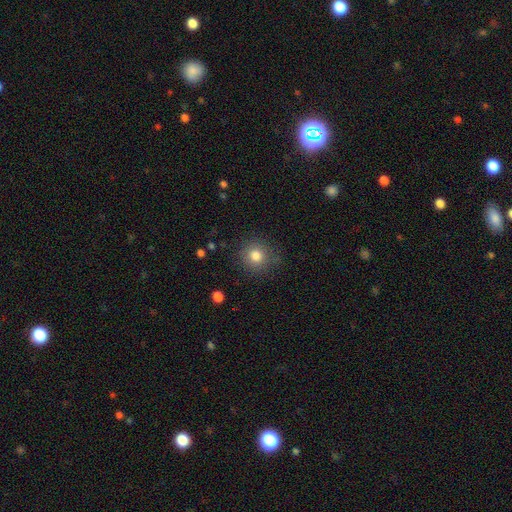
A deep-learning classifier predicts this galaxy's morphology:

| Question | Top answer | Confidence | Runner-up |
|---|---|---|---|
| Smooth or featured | smooth | 81% | star or artifact (11%) |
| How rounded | round | 91% | in between (8%) |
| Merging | none | 84% | minor disturbance (11%) |